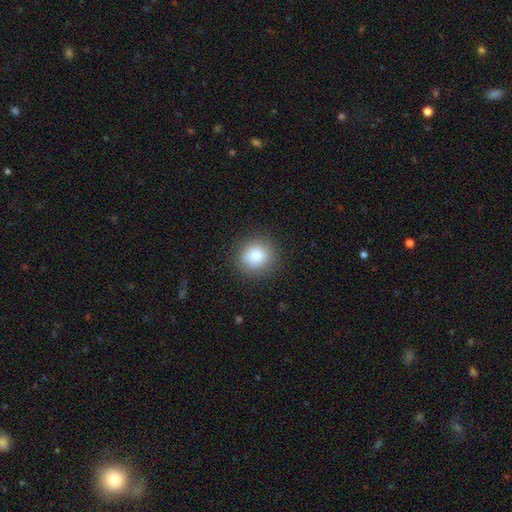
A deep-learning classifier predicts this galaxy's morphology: smooth_or_featured: smooth (p=0.83) [alt: star or artifact p=0.10]
how_rounded: round (p=0.87) [alt: in between p=0.12]
merging: none (p=0.87) [alt: minor disturbance p=0.09]